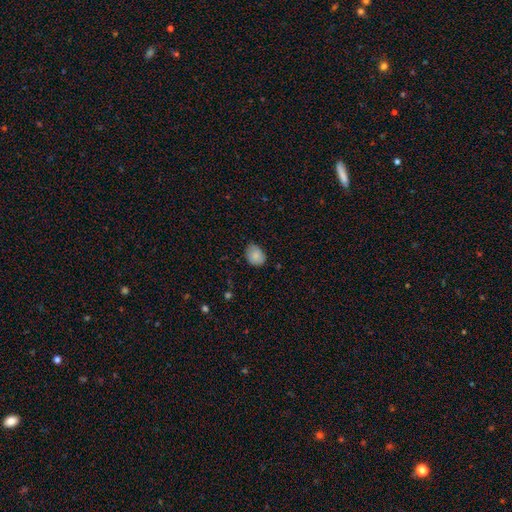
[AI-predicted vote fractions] This is clearly a smooth galaxy (86%). How rounded: possibly in between (60%). Merging: likely none (72%).